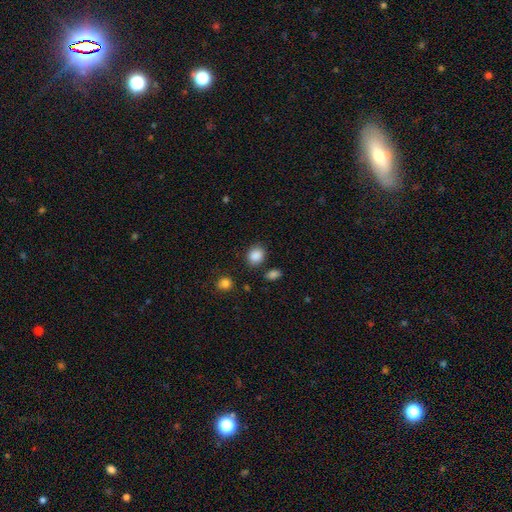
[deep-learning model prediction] Smooth or featured?
  - smooth: 87% *
  - star or artifact: 9%
  - featured or disk: 4%
How rounded?
  - round: 56% *
  - in between: 43%
  - cigar-shaped: 1%
Merging?
  - none: 82% *
  - minor disturbance: 11%
  - merger: 4%
  - major disturbance: 3%